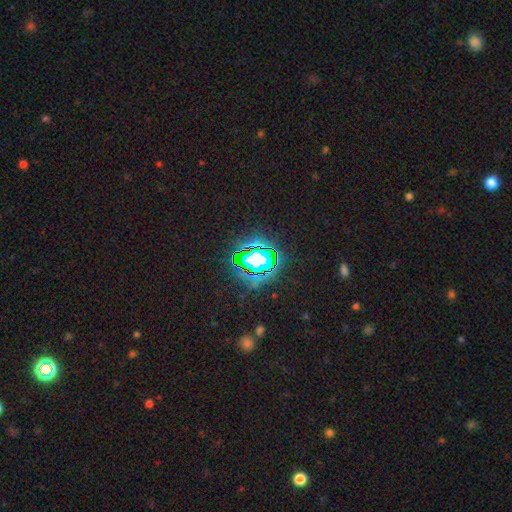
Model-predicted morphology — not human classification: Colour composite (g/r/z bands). It shows a star or artifact, not a galaxy (71%).